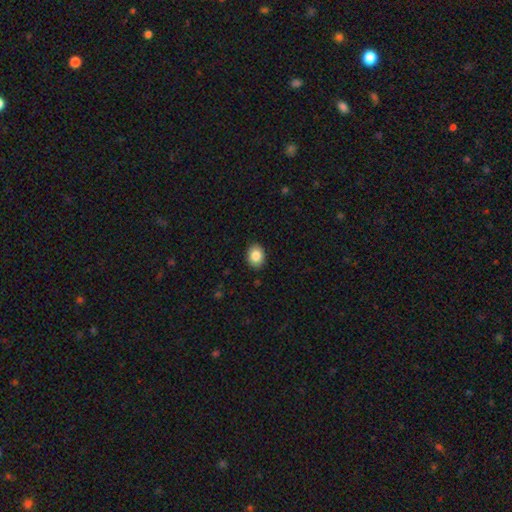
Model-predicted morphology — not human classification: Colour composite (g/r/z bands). It shows a smooth galaxy with no disk features (86%) that is in between round and cigar-shaped (59%). Merging: none (90%).